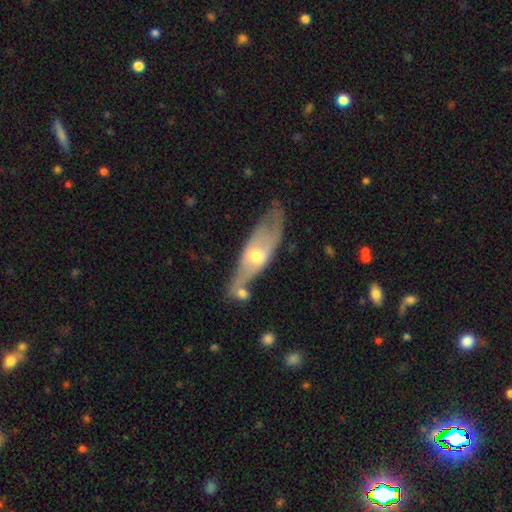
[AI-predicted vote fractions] Smooth or featured: featured or disk — 61% (smooth — 33%)
Edge-on disk: no — 61% (yes — 39%)
Merging: none — 49% (minor disturbance — 23%)